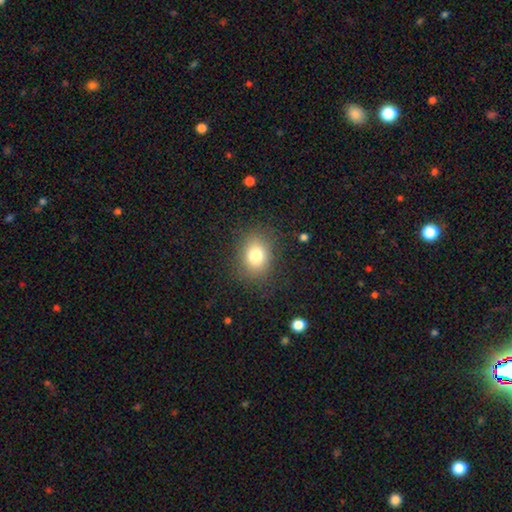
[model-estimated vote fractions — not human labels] Q: Smooth or featured?
A: smooth (79%); runner-up: star or artifact (12%)
Q: How rounded?
A: in between (52%); runner-up: round (47%)
Q: Merging?
A: none (83%); runner-up: minor disturbance (11%)